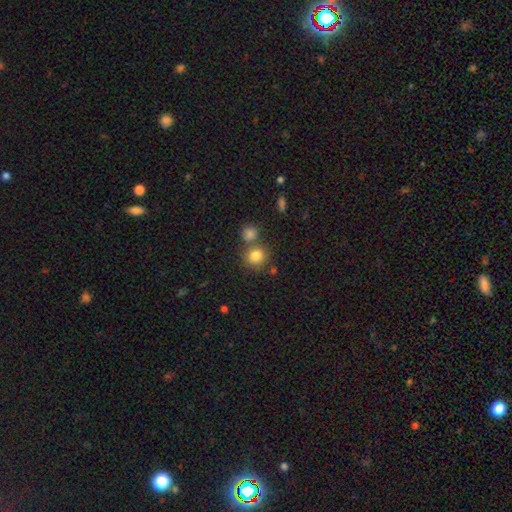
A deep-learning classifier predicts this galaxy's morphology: smooth-or-featured: smooth: 82% | star or artifact: 11% | featured or disk: 7%
  how-rounded: round: 82% | in between: 17% | cigar-shaped: 1%
  merging: none: 63% | merger: 25% | minor disturbance: 9% | major disturbance: 3%